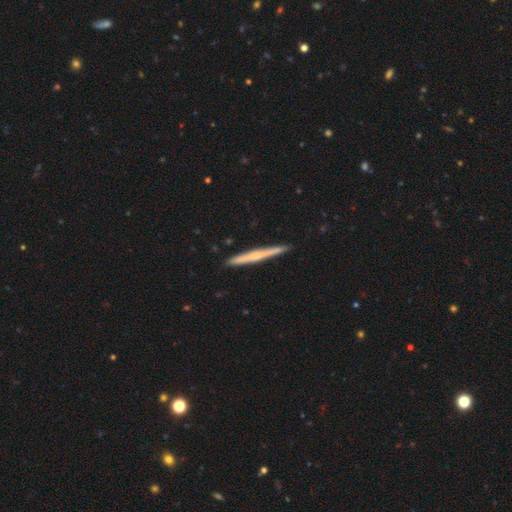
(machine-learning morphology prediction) Smooth or featured?
  - featured or disk: 59% *
  - smooth: 36%
  - star or artifact: 6%
Edge-on disk?
  - yes: 98% *
  - no: 2%
Edge-on bulge?
  - rounded: 47% * (tied)
  - none: 47% * (tied)
  - boxy: 5%
Merging?
  - none: 92% *
  - minor disturbance: 6%
  - major disturbance: 1%
  - merger: 1%